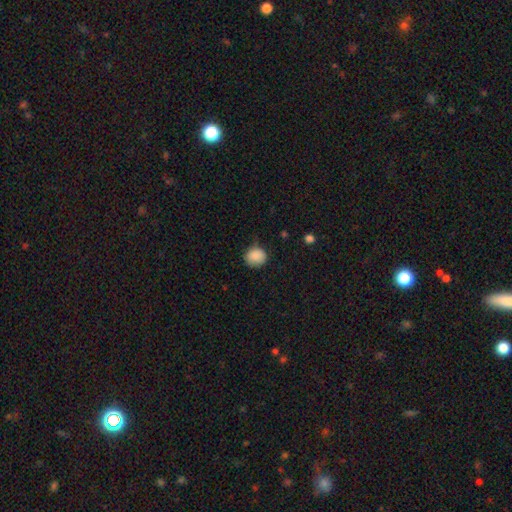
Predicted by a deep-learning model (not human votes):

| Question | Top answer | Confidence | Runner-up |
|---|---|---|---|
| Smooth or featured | smooth | 87% | star or artifact (8%) |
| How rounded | round | 77% | in between (22%) |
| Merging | none | 70% | minor disturbance (24%) |